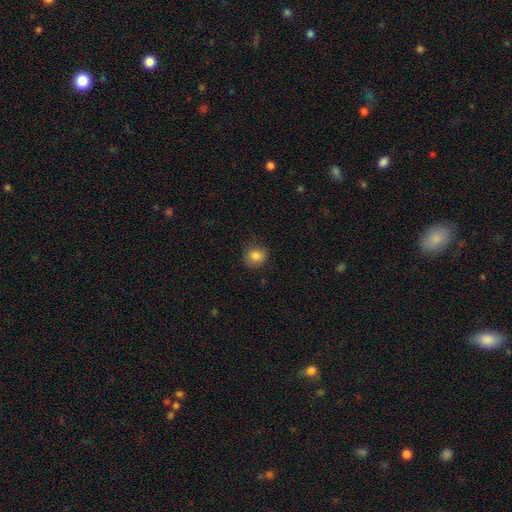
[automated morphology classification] type=smooth (83%); roundness=round (80%); merging=none (81%).